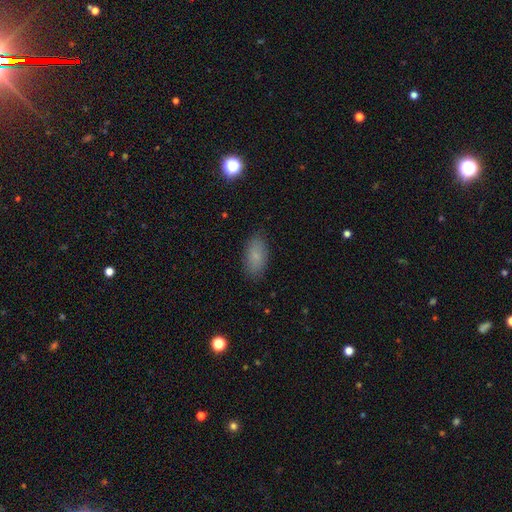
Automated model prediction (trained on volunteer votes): smooth-or-featured: smooth: 81% | featured or disk: 10% | star or artifact: 9%
  how-rounded: in between: 91% | cigar-shaped: 6% | round: 4%
  merging: none: 86% | minor disturbance: 10% | major disturbance: 3% | merger: 1%